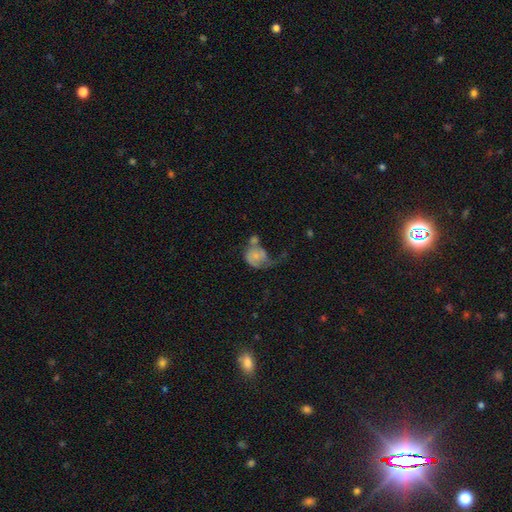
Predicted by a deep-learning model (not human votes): Smooth or featured? Predicted: smooth (p=0.50). Merging? Predicted: merger (p=0.35).